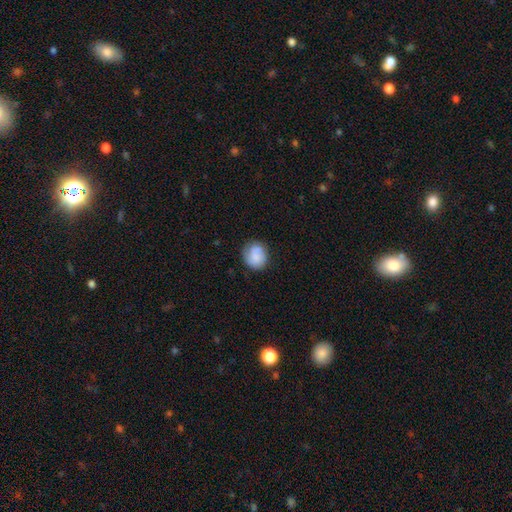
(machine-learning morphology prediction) Smooth or featured?
  - smooth: 75% *
  - featured or disk: 18%
  - star or artifact: 8%
How rounded?
  - round: 73% *
  - in between: 26%
  - cigar-shaped: 1%
Merging?
  - none: 70% *
  - minor disturbance: 21%
  - major disturbance: 6%
  - merger: 2%